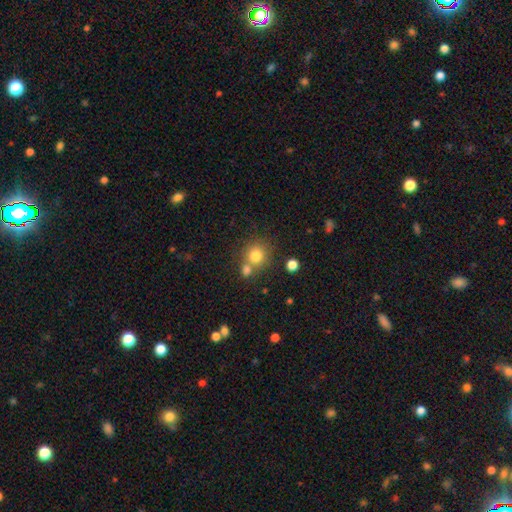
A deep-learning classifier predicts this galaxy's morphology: smooth-or-featured: smooth: 79% | star or artifact: 12% | featured or disk: 9%
  how-rounded: round: 85% | in between: 14% | cigar-shaped: 1%
  merging: none: 57% | merger: 30% | minor disturbance: 10% | major disturbance: 4%